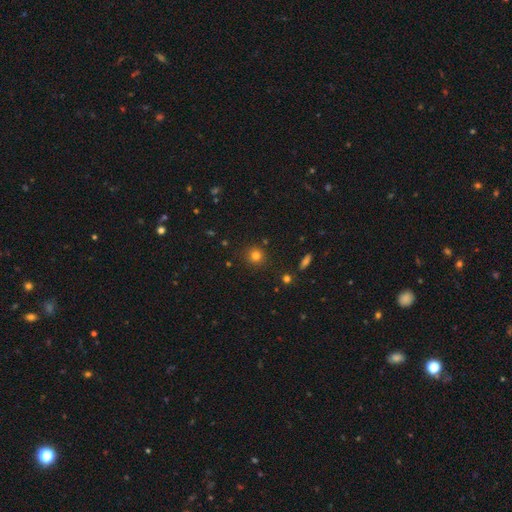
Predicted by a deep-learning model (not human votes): The model was most divided on "smooth or featured": smooth: 78%, star or artifact: 15%, featured or disk: 6%. More confident: how rounded — round (92%); merging — none (88%).